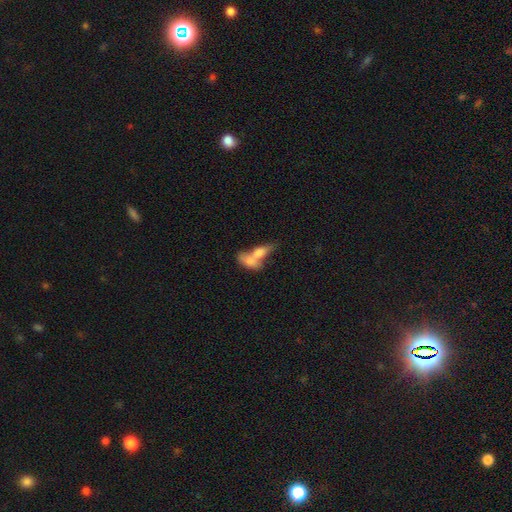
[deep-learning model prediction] Smooth or featured? smooth (67%)
How rounded? in between (75%)
Merging? merger (71%)